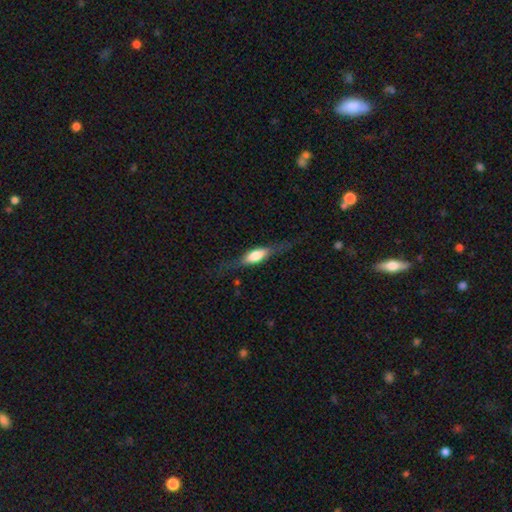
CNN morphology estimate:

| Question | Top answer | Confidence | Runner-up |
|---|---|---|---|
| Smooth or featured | featured or disk | 52% | smooth (41%) |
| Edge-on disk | yes | 91% | no (9%) |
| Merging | none | 74% | minor disturbance (16%) |